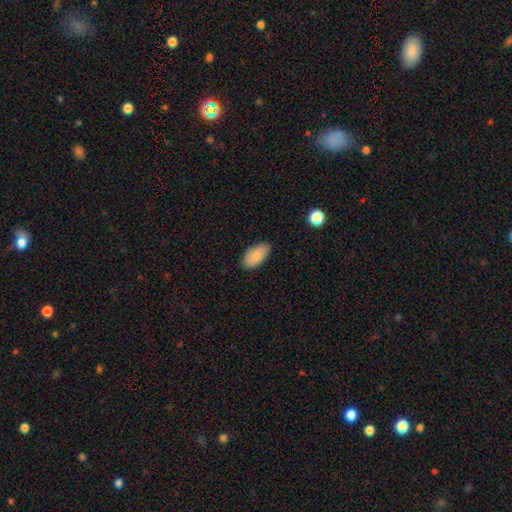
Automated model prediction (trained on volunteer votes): Q: Smooth or featured?
A: smooth (87%); runner-up: featured or disk (7%)
Q: How rounded?
A: in between (94%); runner-up: cigar-shaped (3%)
Q: Merging?
A: none (84%); runner-up: minor disturbance (12%)